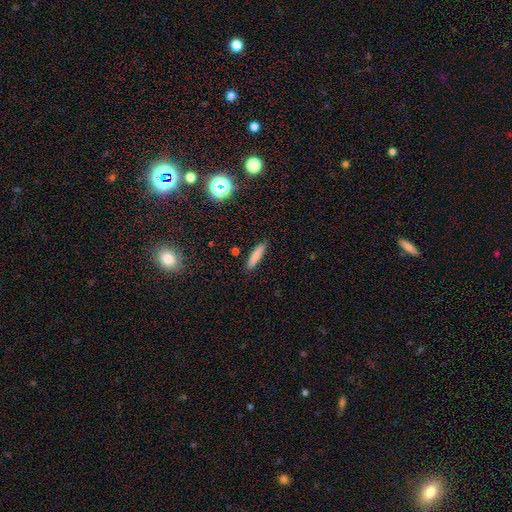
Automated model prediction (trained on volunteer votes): smooth-or-featured: smooth: 80% | featured or disk: 12% | star or artifact: 9%
  how-rounded: cigar-shaped: 81% | in between: 17% | round: 2%
  merging: none: 88% | minor disturbance: 8% | major disturbance: 2% | merger: 2%